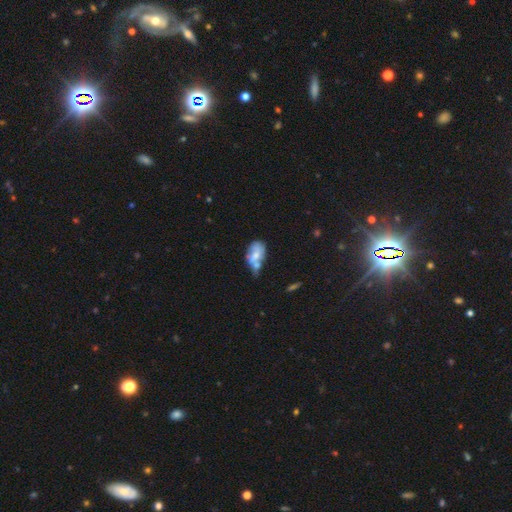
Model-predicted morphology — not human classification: A smooth galaxy with no disk features (52%) that is in between round and cigar-shaped (87%). Merging: merger (37%).